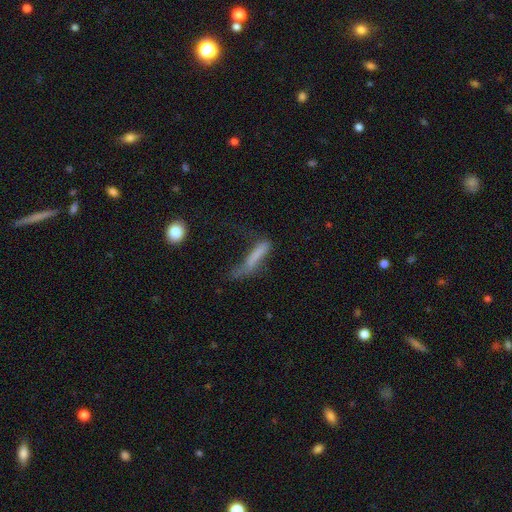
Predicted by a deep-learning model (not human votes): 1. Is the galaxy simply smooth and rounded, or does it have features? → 65% smooth, 24% featured or disk, 11% star or artifact.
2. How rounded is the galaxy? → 84% cigar-shaped, 14% in between, 3% round.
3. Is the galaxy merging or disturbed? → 36% major disturbance, 31% none, 26% minor disturbance, 6% merger.